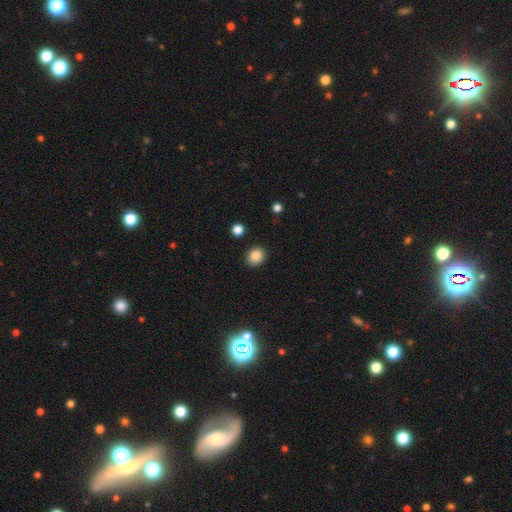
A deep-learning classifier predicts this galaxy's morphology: The model was most divided on "how rounded": round: 64%, in between: 35%, cigar-shaped: 1%. More confident: merging — none (88%); smooth or featured — smooth (86%).